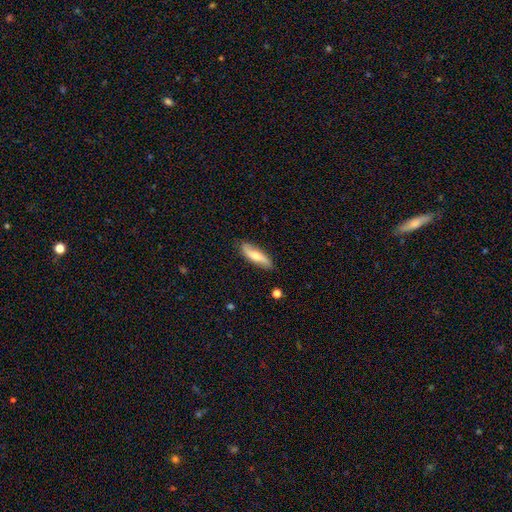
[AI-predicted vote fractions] This is possibly a smooth galaxy (48%). Merging: clearly none (83%).